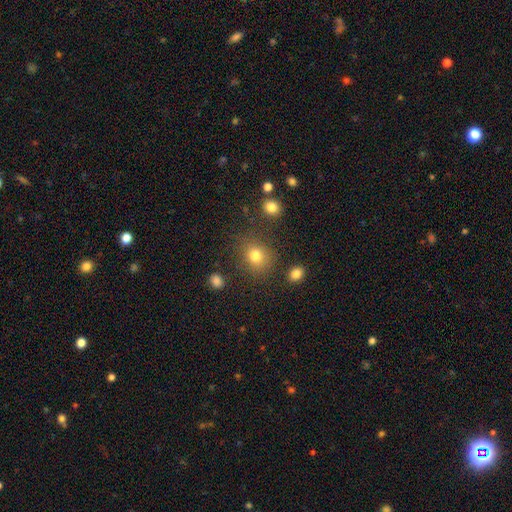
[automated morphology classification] smooth_or_featured: smooth (p=0.78) [alt: star or artifact p=0.14]
how_rounded: round (p=0.77) [alt: in between p=0.22]
merging: none (p=0.79) [alt: minor disturbance p=0.12]